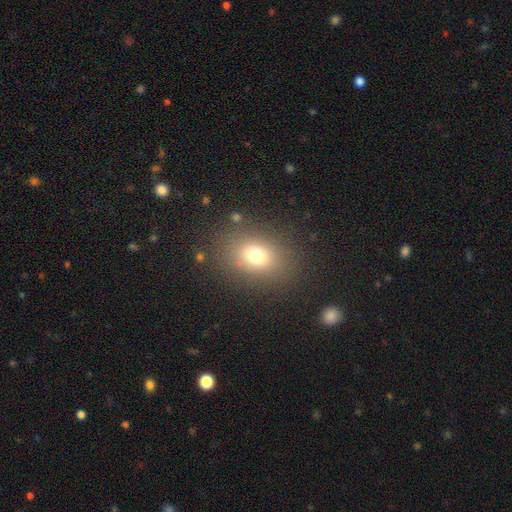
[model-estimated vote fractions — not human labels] A smooth galaxy with no disk features (74%) that is in between round and cigar-shaped (65%). Merging: none (83%).